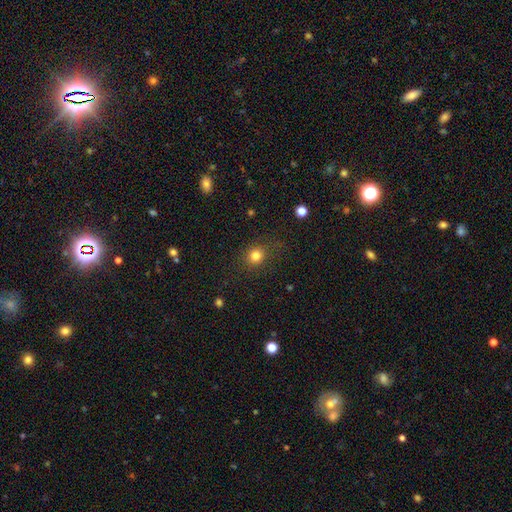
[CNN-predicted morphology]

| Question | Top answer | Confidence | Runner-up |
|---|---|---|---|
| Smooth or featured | smooth | 81% | star or artifact (13%) |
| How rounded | round | 82% | in between (17%) |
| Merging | none | 81% | minor disturbance (12%) |